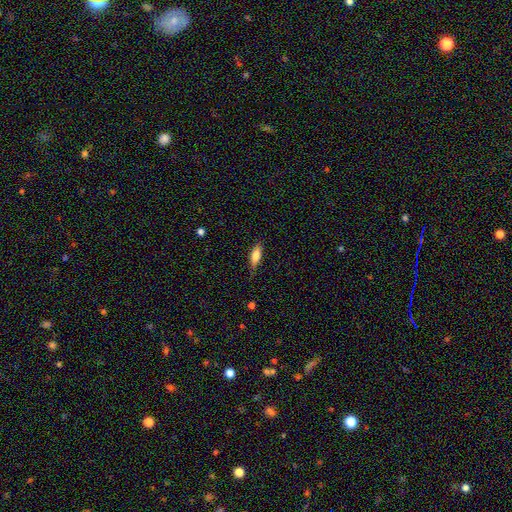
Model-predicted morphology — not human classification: smooth 79%, featured or disk 14%, star or artifact 7%. Down the decision tree: how rounded — in between (60%); merging — none (76%).